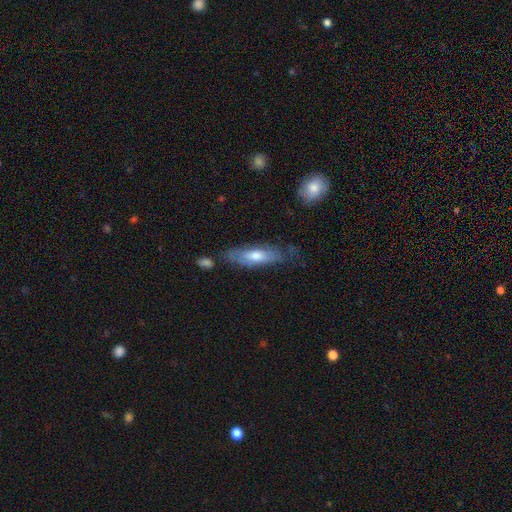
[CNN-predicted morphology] type=smooth (49%); merging=none (67%).